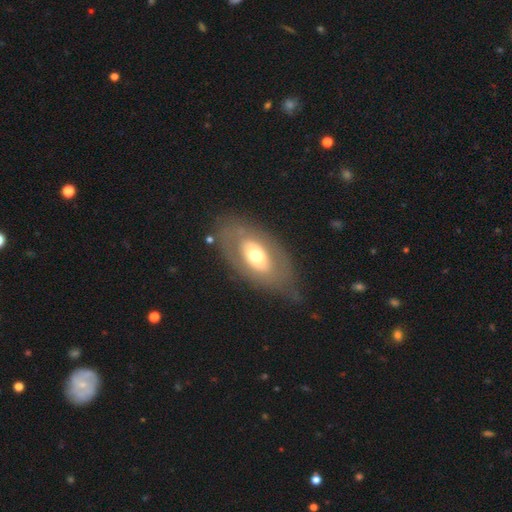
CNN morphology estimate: smooth-or-featured: featured or disk: 49% | smooth: 44% | star or artifact: 7%
  merging: none: 72% | minor disturbance: 15% | major disturbance: 11% | merger: 2%